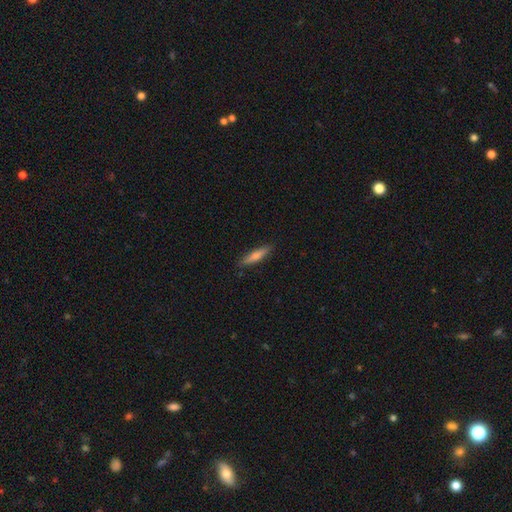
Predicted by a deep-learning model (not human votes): Smooth or featured? smooth (64%)
How rounded? cigar-shaped (86%)
Merging? none (89%)